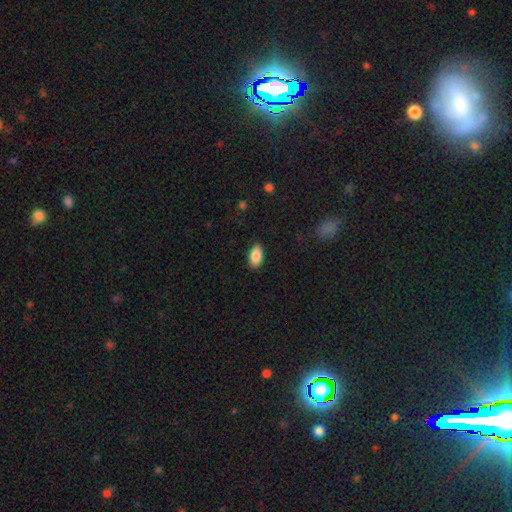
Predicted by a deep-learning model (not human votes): Smooth or featured?
  - smooth: 88% *
  - star or artifact: 7%
  - featured or disk: 5%
How rounded?
  - in between: 94% *
  - round: 4%
  - cigar-shaped: 3%
Merging?
  - none: 86% *
  - minor disturbance: 11%
  - major disturbance: 2%
  - merger: 1%